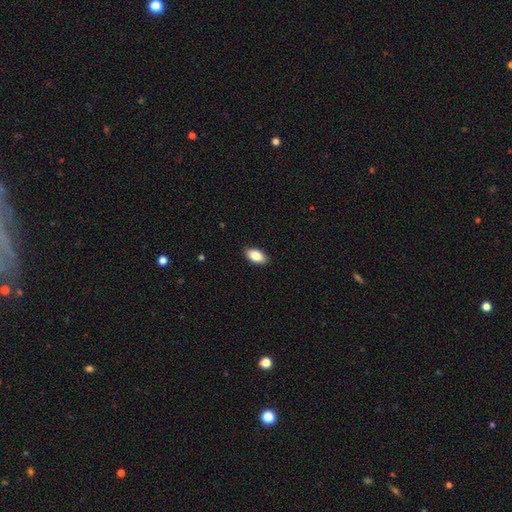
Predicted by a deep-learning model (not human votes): This appears to be a smooth galaxy with no disk features (85%) that is in between round and cigar-shaped (92%). Merging: none (89%).